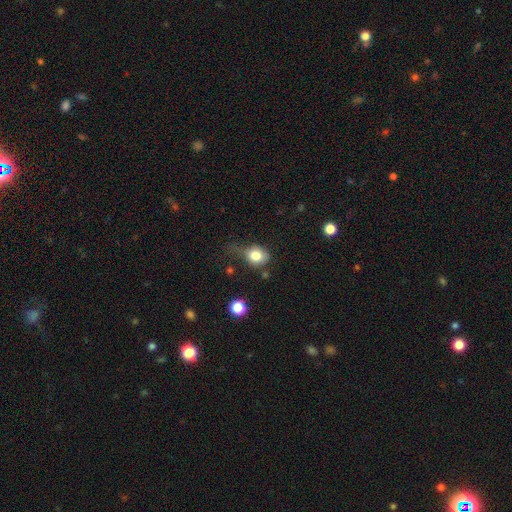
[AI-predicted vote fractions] smooth_or_featured: smooth (p=0.79) [alt: featured or disk p=0.11]
how_rounded: round (p=0.64) [alt: in between p=0.35]
merging: none (p=0.39) [alt: minor disturbance p=0.34]